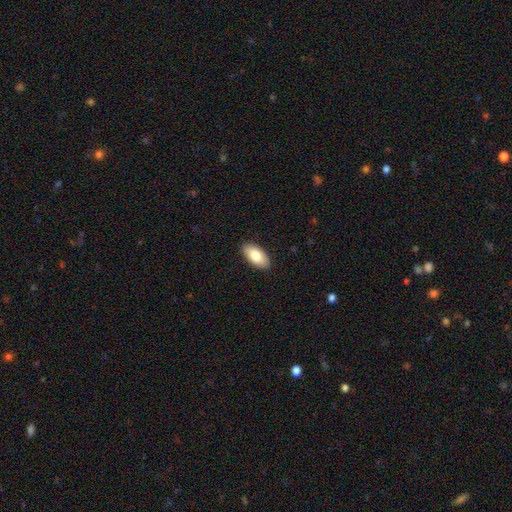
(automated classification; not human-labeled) Morphology: type=smooth (81%); roundness=in between (94%); merging=none (90%).